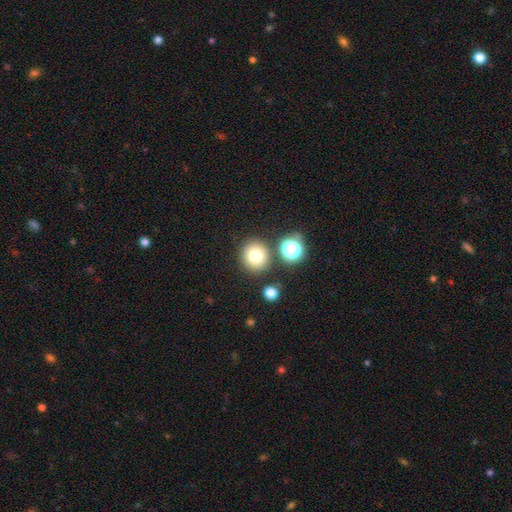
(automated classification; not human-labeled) Smooth or featured? smooth (77%)
How rounded? round (89%)
Merging? none (80%)